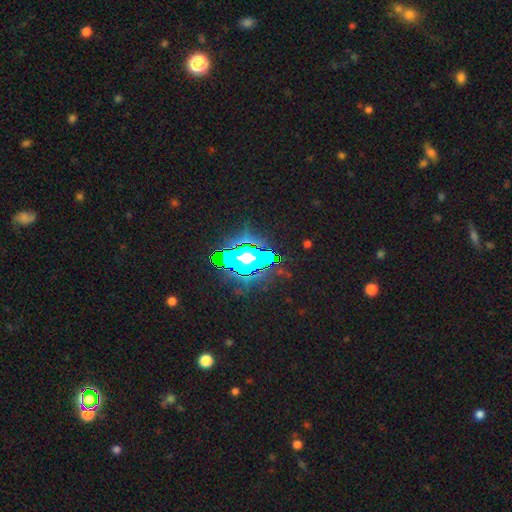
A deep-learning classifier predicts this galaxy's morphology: Smooth or featured? Predicted: star or artifact (p=0.70).